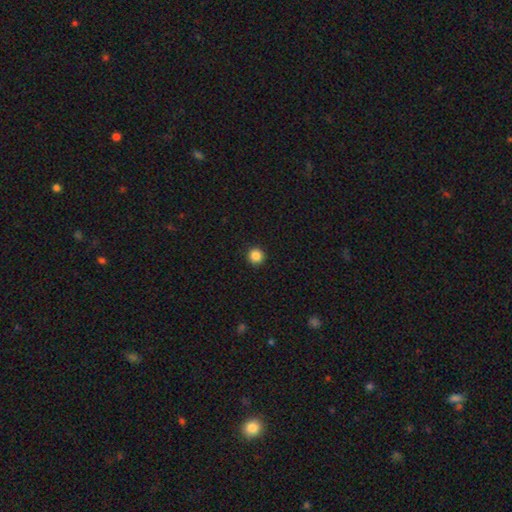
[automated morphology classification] This appears to be a smooth galaxy with no disk features (86%) that is round (96%). Merging: none (94%).